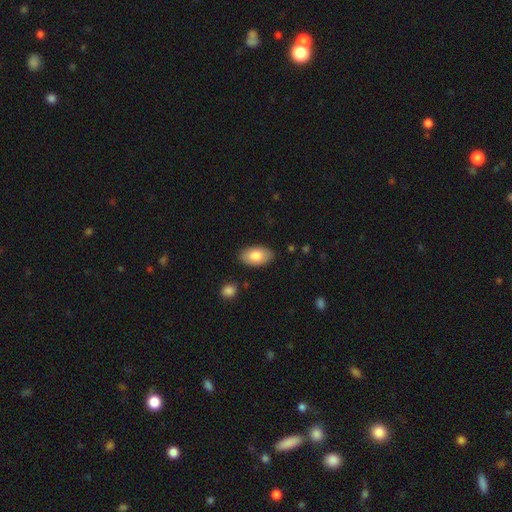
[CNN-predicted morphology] Smooth or featured: smooth — 81% (featured or disk — 12%)
How rounded: in between — 94% (round — 4%)
Merging: none — 85% (minor disturbance — 11%)